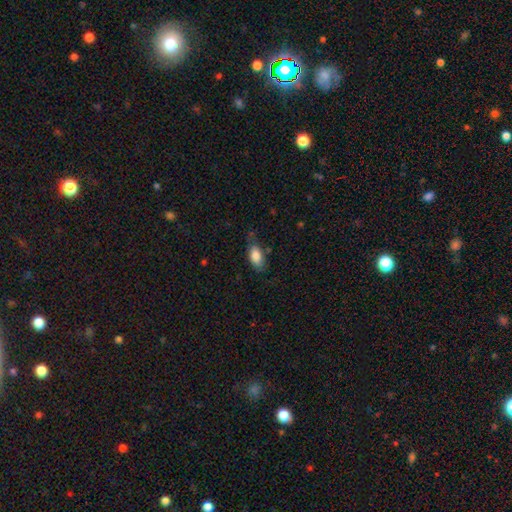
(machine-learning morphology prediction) Overall: smooth (82%). How rounded: in between (91%). Merging: none (58%; minor disturbance 29%).